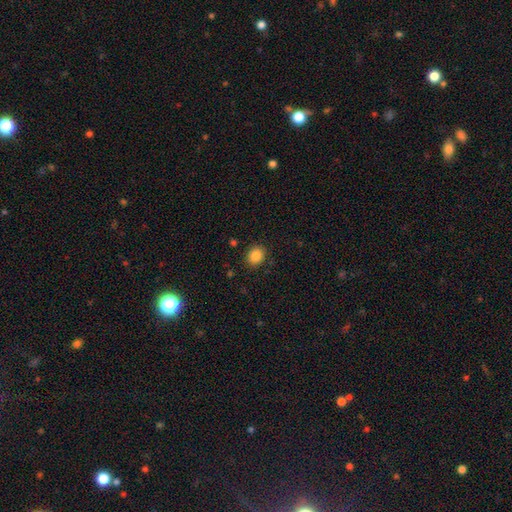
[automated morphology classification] A smooth galaxy with no disk features (87%) that is round (64%).

Vote fractions:
- Smooth or featured? smooth: 87% / star or artifact: 10% / featured or disk: 4%
- How rounded? round: 64% / in between: 35% / cigar-shaped: 1%
- Merging? none: 88% / minor disturbance: 8% / major disturbance: 3% / merger: 1%